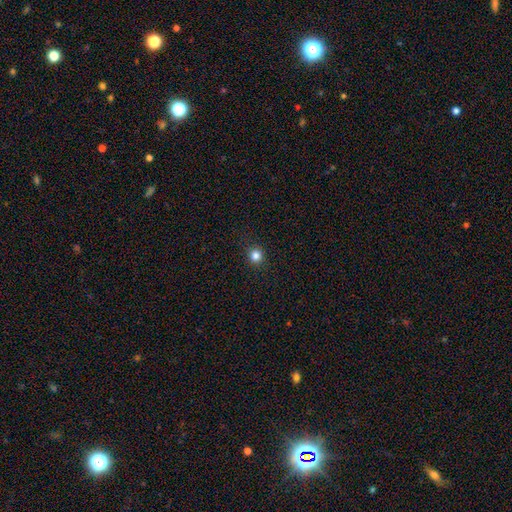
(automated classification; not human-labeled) Smooth or featured? smooth (83%)
How rounded? round (90%)
Merging? none (91%)